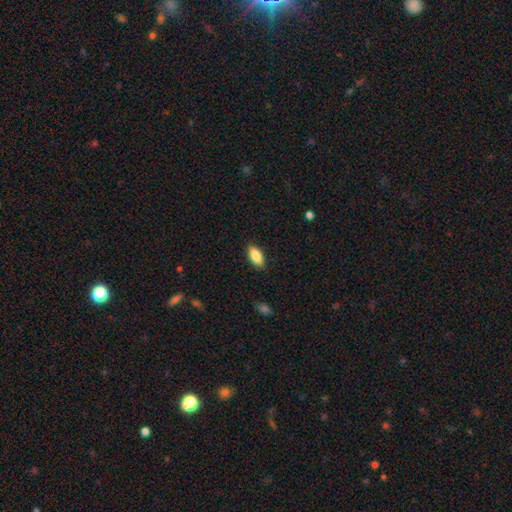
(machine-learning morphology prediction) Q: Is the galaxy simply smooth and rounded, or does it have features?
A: smooth — 84%.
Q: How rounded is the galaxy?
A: in between — 85%.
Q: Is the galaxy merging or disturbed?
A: none — 87%.